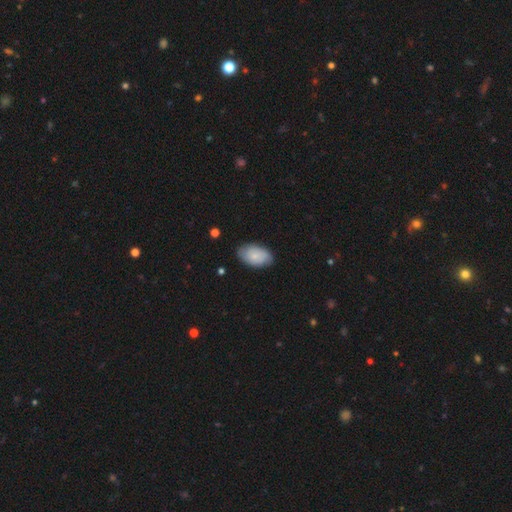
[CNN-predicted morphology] smooth_or_featured: smooth (p=0.74) [alt: featured or disk p=0.20]
how_rounded: in between (p=0.93) [alt: round p=0.05]
merging: none (p=0.80) [alt: minor disturbance p=0.16]